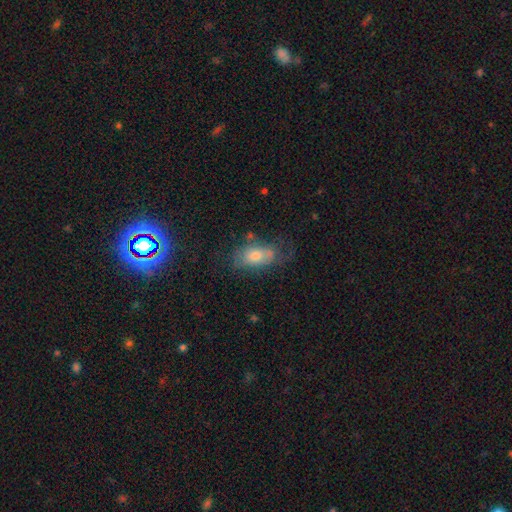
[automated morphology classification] Smooth or featured?
  - smooth: 58% *
  - featured or disk: 30%
  - star or artifact: 12%
How rounded?
  - in between: 87% *
  - round: 7%
  - cigar-shaped: 6%
Merging?
  - none: 52% *
  - minor disturbance: 27%
  - major disturbance: 17%
  - merger: 4%